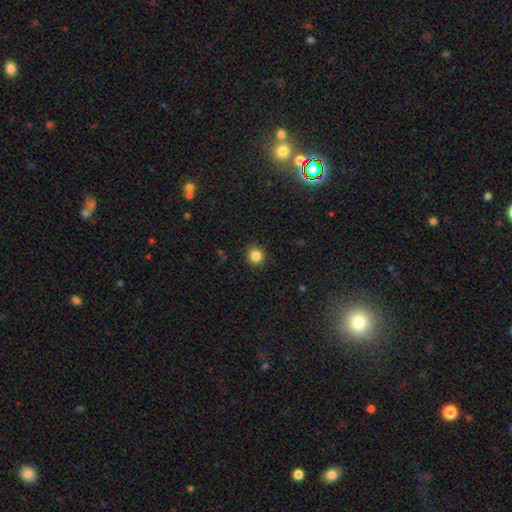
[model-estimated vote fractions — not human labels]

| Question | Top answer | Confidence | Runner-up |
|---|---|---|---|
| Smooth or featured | smooth | 85% | star or artifact (11%) |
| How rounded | round | 92% | in between (8%) |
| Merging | none | 91% | minor disturbance (6%) |